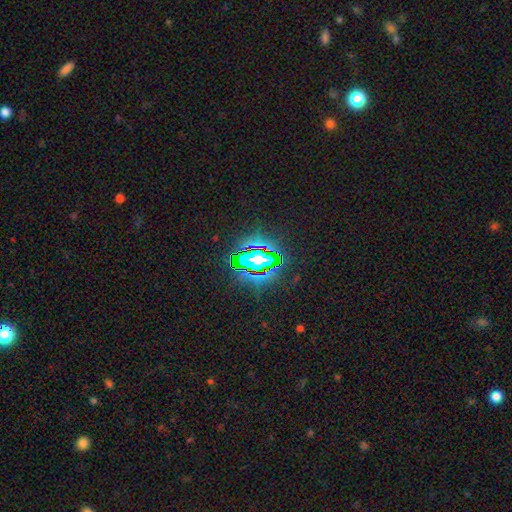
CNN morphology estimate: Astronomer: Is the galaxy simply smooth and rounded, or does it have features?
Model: star or artifact — 83%.